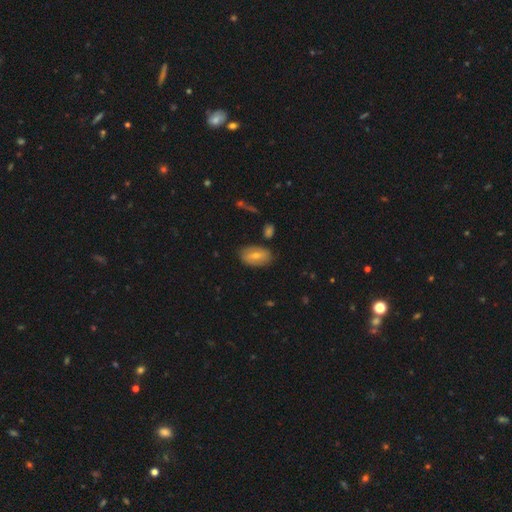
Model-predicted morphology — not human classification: The model was most divided on "smooth or featured": smooth: 60%, featured or disk: 33%, star or artifact: 7%. More confident: how rounded — in between (91%); merging — none (78%).